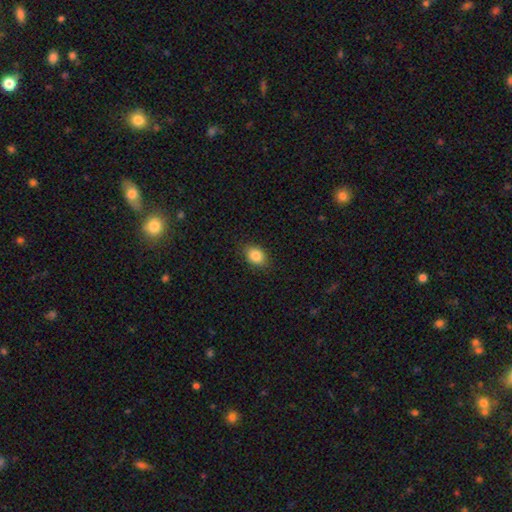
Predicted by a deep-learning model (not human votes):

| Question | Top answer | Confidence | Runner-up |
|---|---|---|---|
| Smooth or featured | smooth | 85% | star or artifact (9%) |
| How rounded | in between | 66% | round (32%) |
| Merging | none | 85% | minor disturbance (11%) |